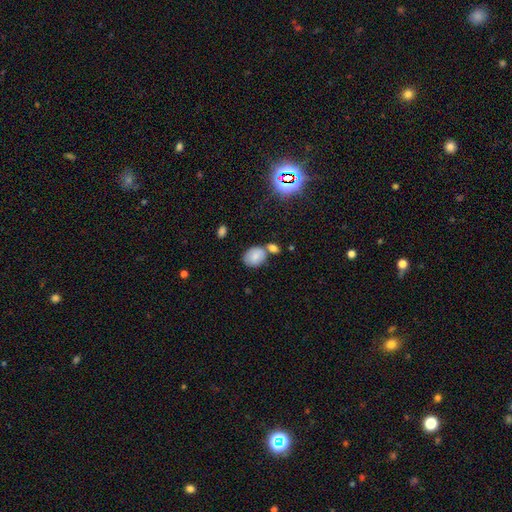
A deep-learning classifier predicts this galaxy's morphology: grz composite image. It shows a smooth galaxy with no disk features (79%) that is in between round and cigar-shaped (58%). Merging: none (51%).